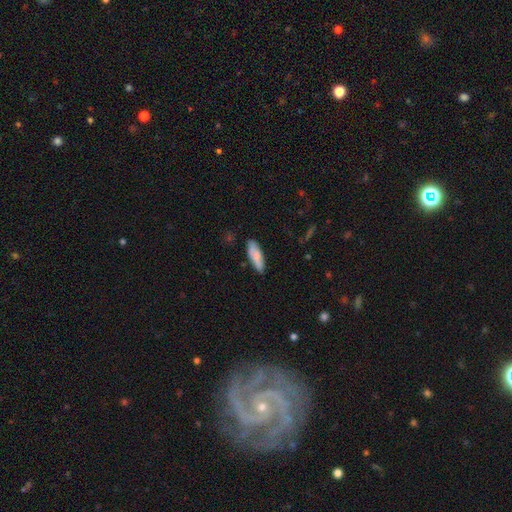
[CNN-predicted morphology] smooth 76%, featured or disk 18%, star or artifact 6%. Down the decision tree: how rounded — in between (55%); merging — none (83%).